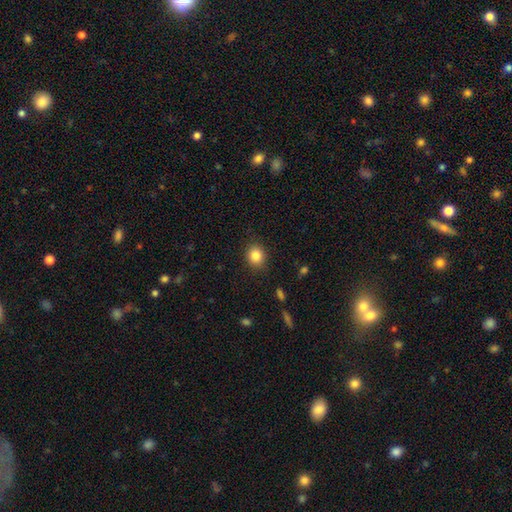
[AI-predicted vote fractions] smooth 84%, star or artifact 10%, featured or disk 6%. Down the decision tree: how rounded — round (72%); merging — none (88%).